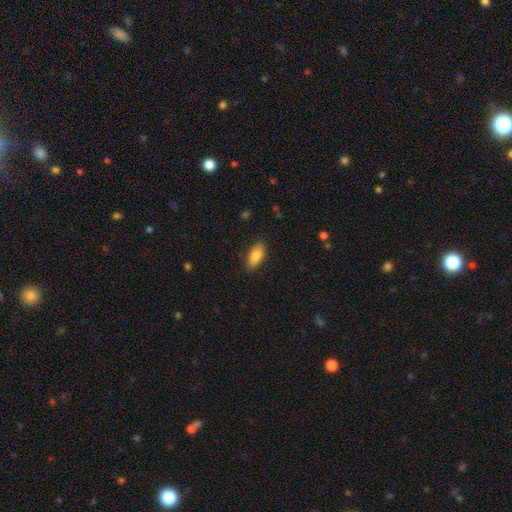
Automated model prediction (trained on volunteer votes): A smooth galaxy with no disk features (82%) that is in between round and cigar-shaped (87%).

Vote fractions:
- Smooth or featured? smooth: 82% / featured or disk: 11% / star or artifact: 7%
- How rounded? in between: 87% / cigar-shaped: 10% / round: 3%
- Merging? none: 84% / minor disturbance: 12% / major disturbance: 2% / merger: 1%